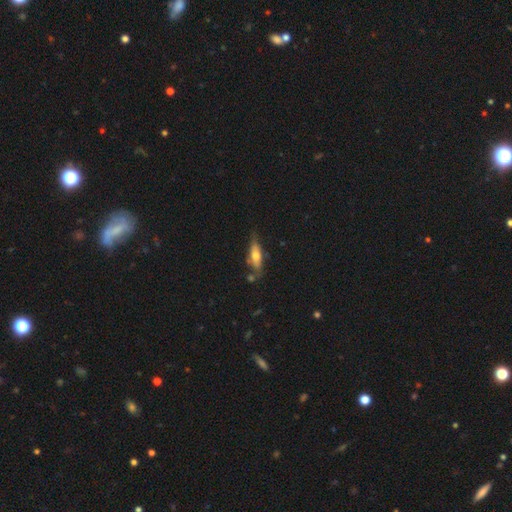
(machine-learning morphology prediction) The model was most divided on "smooth or featured": smooth: 50%, featured or disk: 43%, star or artifact: 7%. More confident: how rounded — in between (57%); merging — none (56%).